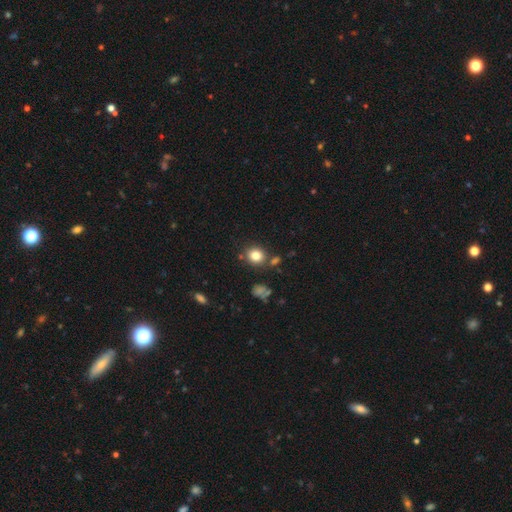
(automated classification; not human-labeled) Q: Smooth or featured?
A: smooth (82%); runner-up: star or artifact (11%)
Q: How rounded?
A: round (76%); runner-up: in between (23%)
Q: Merging?
A: none (78%); runner-up: minor disturbance (10%)